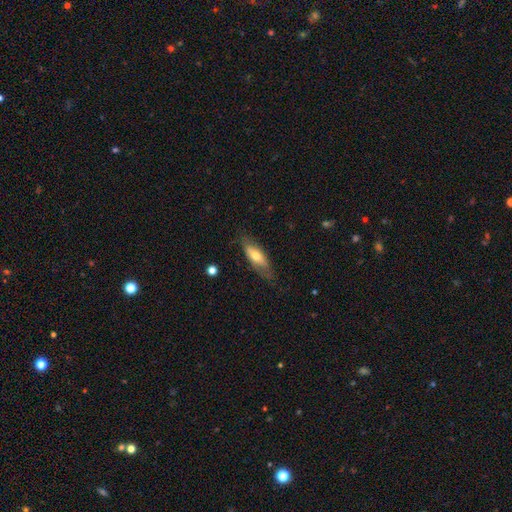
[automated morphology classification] smooth 55%, featured or disk 39%, star or artifact 6%. Down the decision tree: how rounded — in between (63%); merging — none (69%).